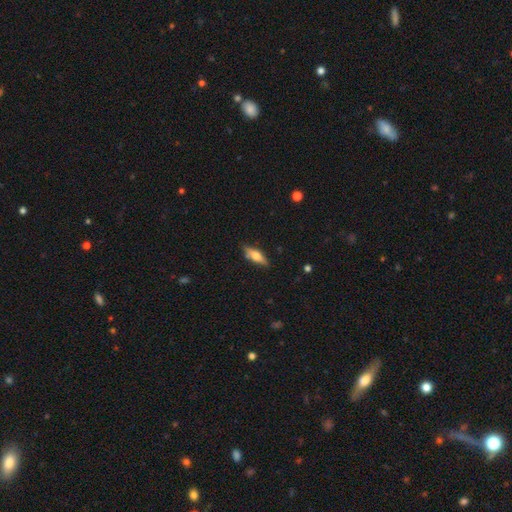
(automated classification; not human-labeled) This is possibly a smooth galaxy (52%). How rounded: possibly in between (53%). Merging: likely none (79%).